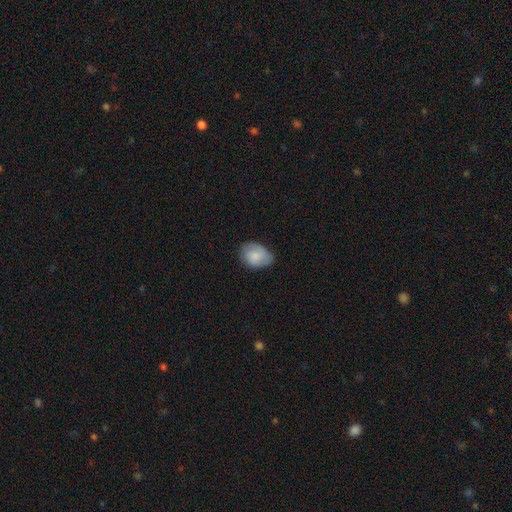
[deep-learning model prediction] This is likely a smooth galaxy (80%). How rounded: likely in between (75%). Merging: likely none (67%).